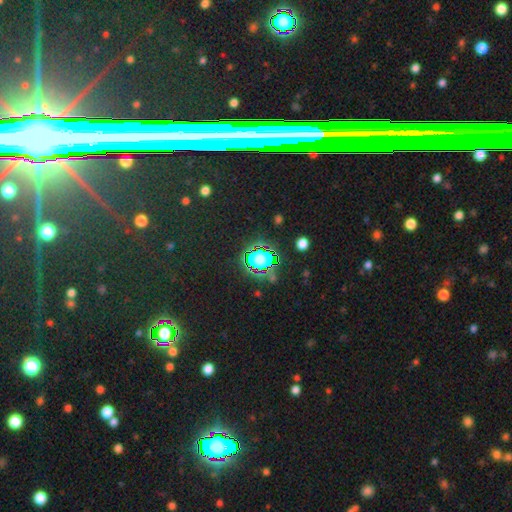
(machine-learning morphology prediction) Overall: star or artifact (60%; smooth 29%).